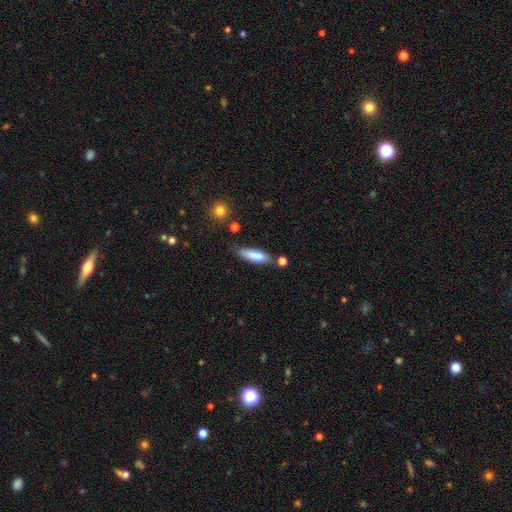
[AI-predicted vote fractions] A smooth galaxy with no disk features (80%) that is cigar-shaped (53%). Merging: none (62%).